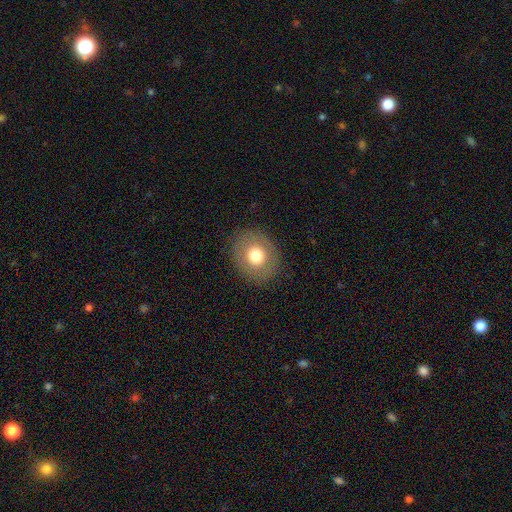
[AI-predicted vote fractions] A smooth galaxy with no disk features (70%) that is round (66%). Merging: none (87%).